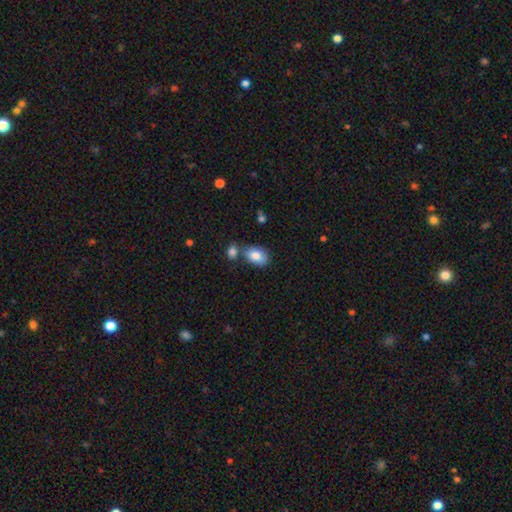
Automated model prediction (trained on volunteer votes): The model was most divided on "merging": none: 58%, merger: 24%, minor disturbance: 14%, major disturbance: 4%. More confident: how rounded — in between (84%); smooth or featured — smooth (82%).